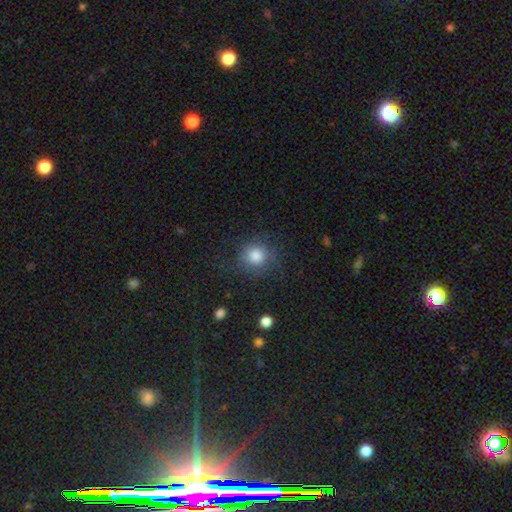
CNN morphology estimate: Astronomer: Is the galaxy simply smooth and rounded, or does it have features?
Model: smooth — 81%.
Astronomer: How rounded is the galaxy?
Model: round — 89%.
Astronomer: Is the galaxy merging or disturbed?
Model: none — 75%.